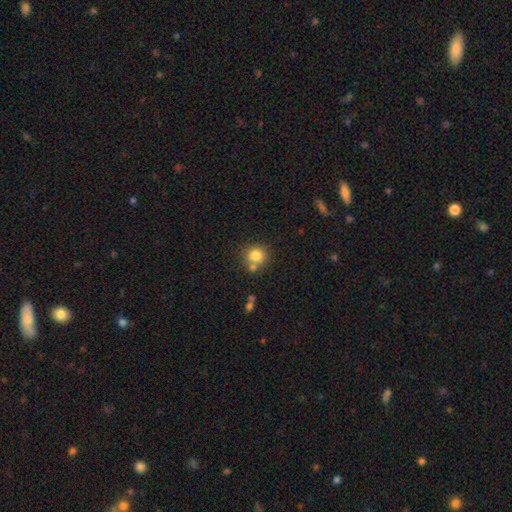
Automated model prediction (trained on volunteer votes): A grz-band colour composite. It shows a smooth galaxy with no disk features (80%) that is round (89%). Merging: none (63%).